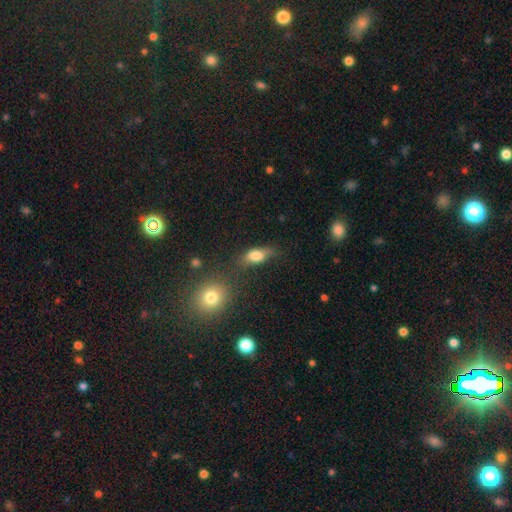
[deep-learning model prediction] smooth-or-featured: smooth: 76% | featured or disk: 14% | star or artifact: 9%
  how-rounded: in between: 78% | cigar-shaped: 12% | round: 10%
  merging: none: 54% | minor disturbance: 26% | major disturbance: 12% | merger: 9%